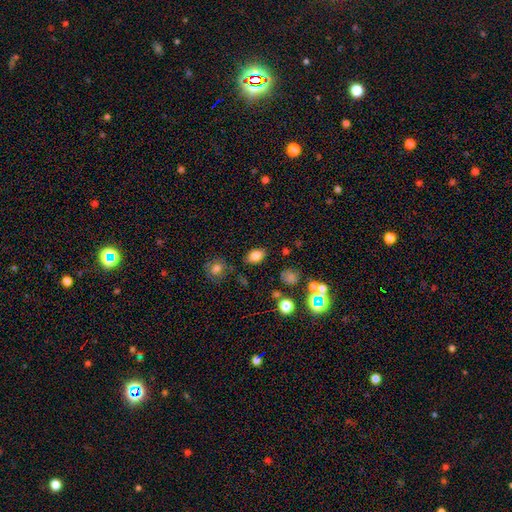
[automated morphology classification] Smooth or featured?
  - smooth: 81% *
  - star or artifact: 12%
  - featured or disk: 7%
How rounded?
  - in between: 79% *
  - round: 20%
  - cigar-shaped: 1%
Merging?
  - none: 82% *
  - minor disturbance: 11%
  - major disturbance: 4%
  - merger: 3%